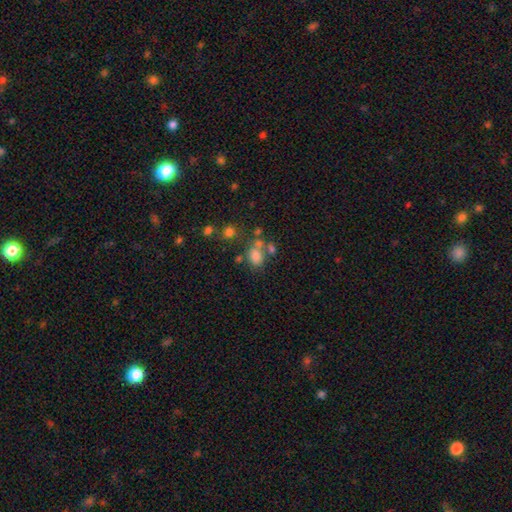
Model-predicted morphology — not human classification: type=smooth (73%); roundness=in between (65%); merging=none (48%).